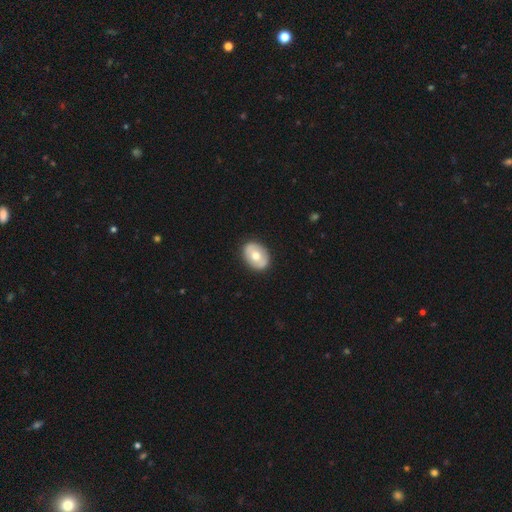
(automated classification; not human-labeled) Smooth or featured? Predicted: smooth (p=0.56). How rounded? Predicted: in between (p=0.70). Merging? Predicted: none (p=0.87).